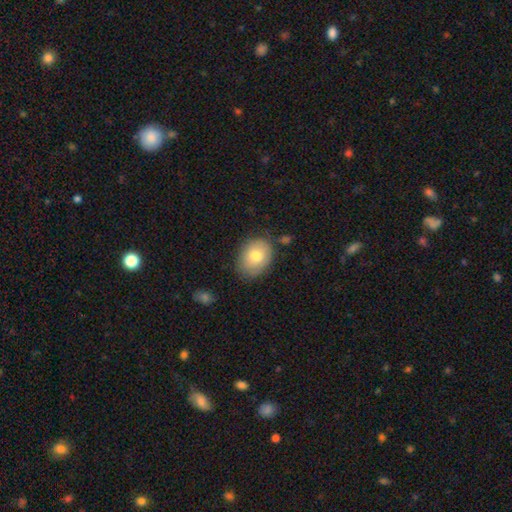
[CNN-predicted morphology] A smooth galaxy with no disk features (76%) that is in between round and cigar-shaped (58%). Merging: none (73%).